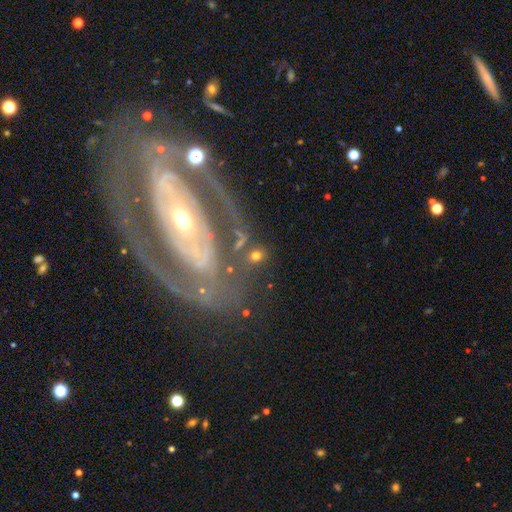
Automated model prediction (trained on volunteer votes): A smooth galaxy with no disk features (60%) that is in between round and cigar-shaped (49%). Merging: none (67%).